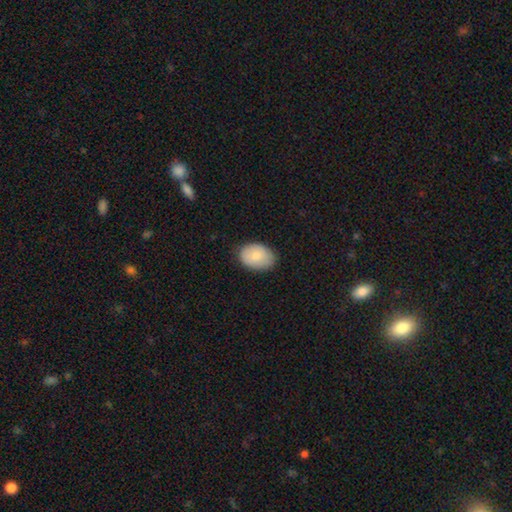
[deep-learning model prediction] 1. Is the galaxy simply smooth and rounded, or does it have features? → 82% smooth, 12% featured or disk, 6% star or artifact.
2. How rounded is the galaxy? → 80% in between, 19% round, 1% cigar-shaped.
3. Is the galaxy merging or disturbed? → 82% none, 15% minor disturbance, 3% major disturbance, 1% merger.